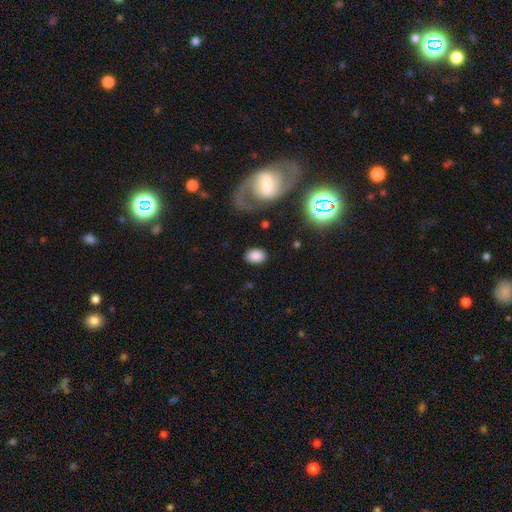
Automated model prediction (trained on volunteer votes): The model was most divided on "how rounded": in between: 82%, round: 17%, cigar-shaped: 1%. More confident: merging — none (82%); smooth or featured — smooth (81%).